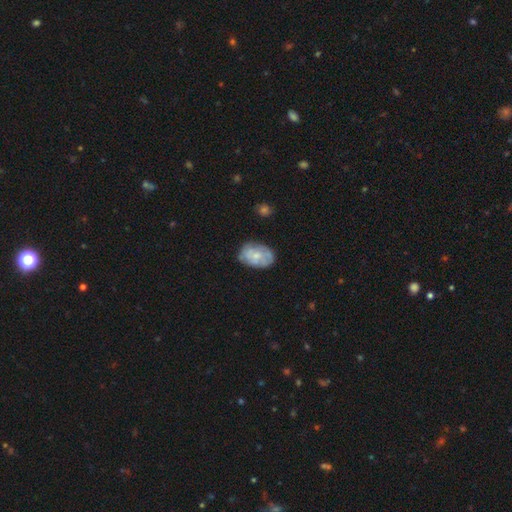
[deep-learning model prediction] Smooth or featured? smooth (54%)
How rounded? in between (84%)
Merging? none (65%)